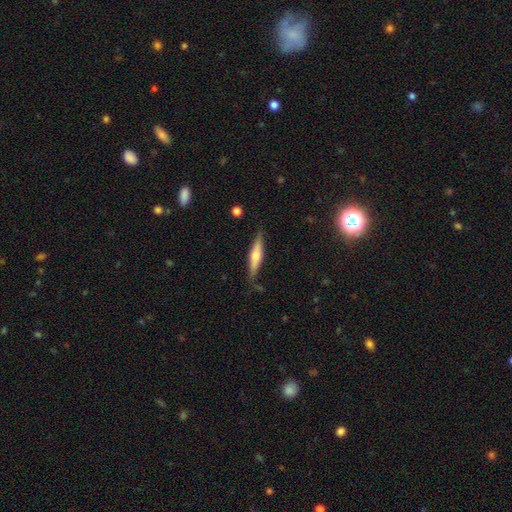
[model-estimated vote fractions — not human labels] Smooth or featured?
  - smooth: 50% *
  - featured or disk: 44%
  - star or artifact: 6%
Merging?
  - none: 79% *
  - minor disturbance: 16%
  - major disturbance: 3%
  - merger: 2%